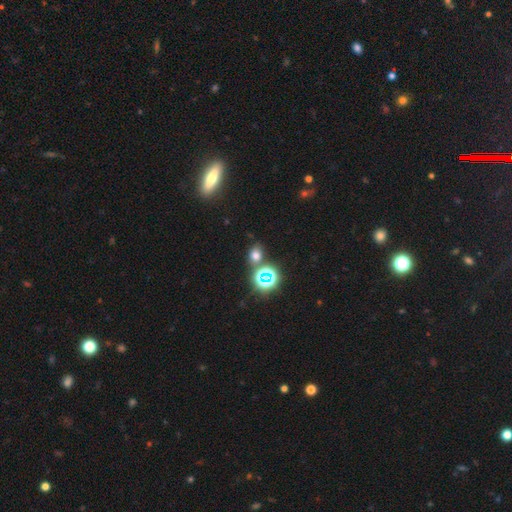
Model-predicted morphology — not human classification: Smooth or featured: smooth — 62% (star or artifact — 30%)
How rounded: in between — 50% (round — 48%)
Merging: none — 74% (merger — 12%)